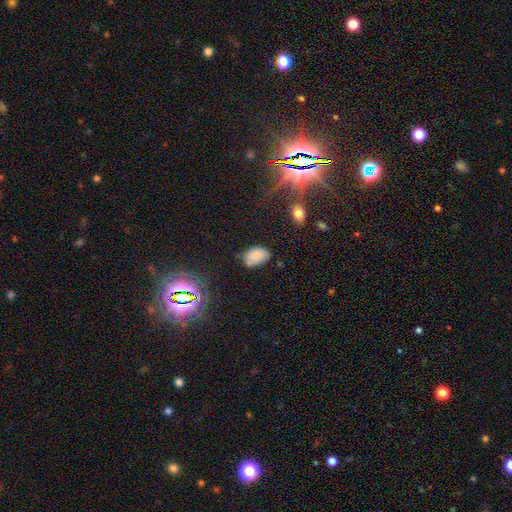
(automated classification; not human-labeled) This is likely a smooth galaxy (79%). How rounded: clearly in between (90%). Merging: likely none (65%).